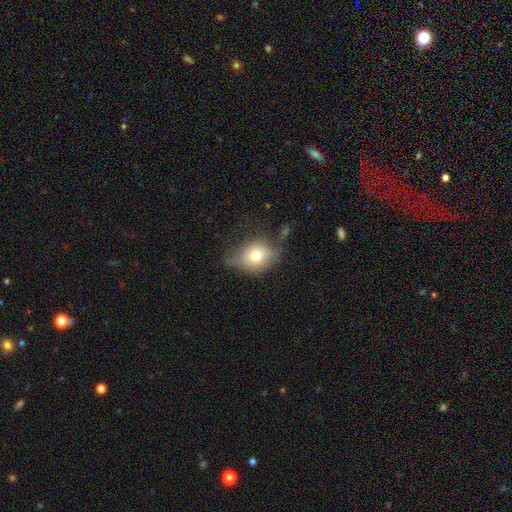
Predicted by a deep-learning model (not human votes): Morphology: type=smooth (67%); roundness=round (49%, tied with in between); merging=none (40%).